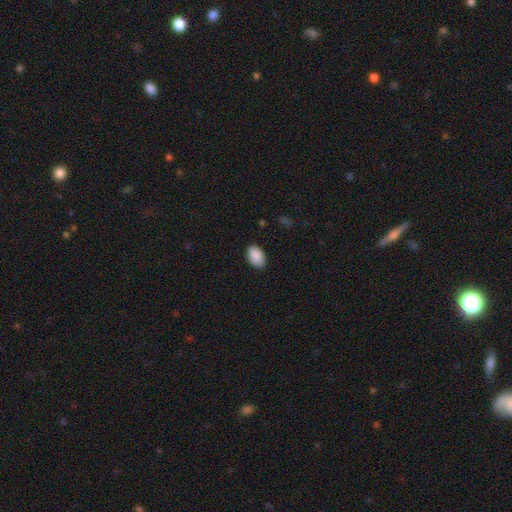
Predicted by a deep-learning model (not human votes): A smooth galaxy with no disk features (90%) that is in between round and cigar-shaped (91%).

Vote fractions:
- Smooth or featured? smooth: 90% / star or artifact: 6% / featured or disk: 3%
- How rounded? in between: 91% / round: 8% / cigar-shaped: 1%
- Merging? none: 86% / minor disturbance: 11% / major disturbance: 2% / merger: 1%